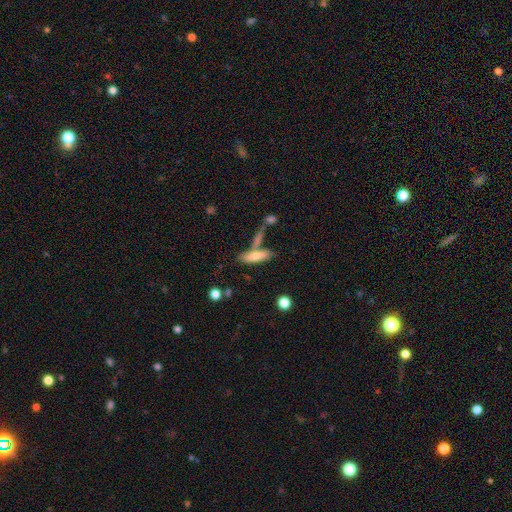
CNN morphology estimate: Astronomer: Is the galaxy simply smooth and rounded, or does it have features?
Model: smooth — 67%.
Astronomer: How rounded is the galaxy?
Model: cigar-shaped — 60% (runner-up: in between, 37%).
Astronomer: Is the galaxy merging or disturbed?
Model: none — 52% (runner-up: merger, 28%).